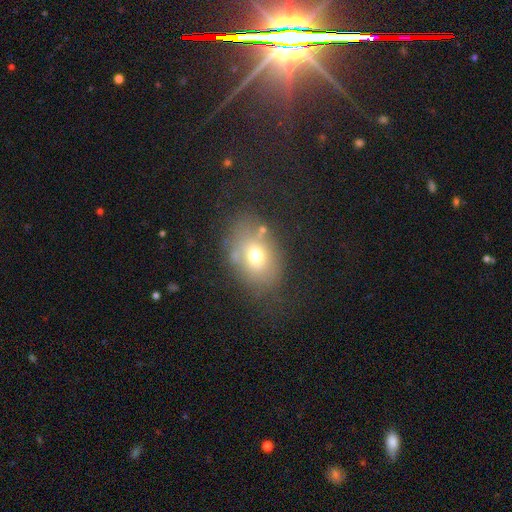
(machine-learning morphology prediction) Smooth or featured? Predicted: smooth (p=0.66). How rounded? Predicted: in between (p=0.63). Merging? Predicted: none (p=0.64).